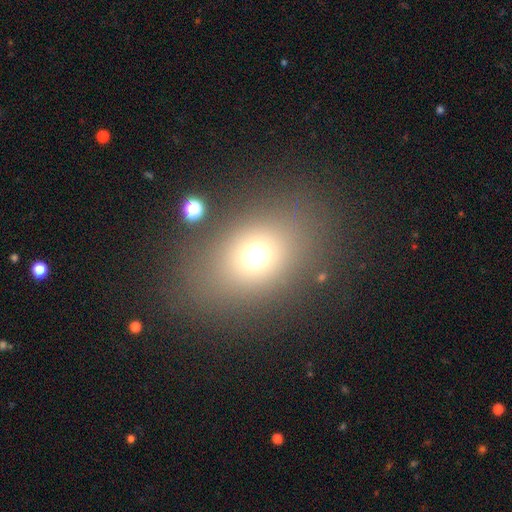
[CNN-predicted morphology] smooth 68%, star or artifact 19%, featured or disk 12%. Down the decision tree: how rounded — in between (60%); merging — none (80%).